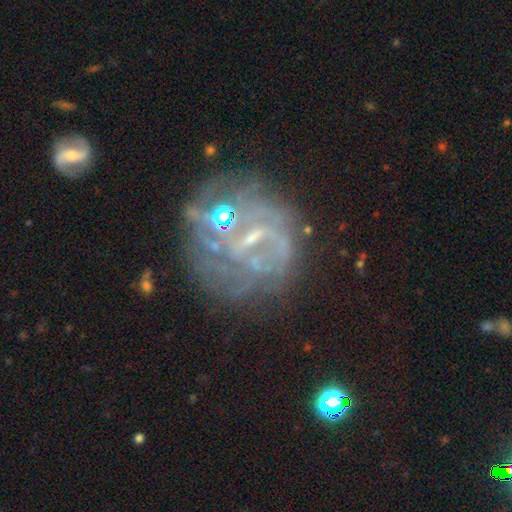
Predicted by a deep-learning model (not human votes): The model was most divided on "spiral arms": yes: 51%, no: 49%. Remaining: edge-on disk — no (97%); smooth or featured — featured or disk (62%); merging — none (54%); bar — no (50%); bulge size — small (50%).